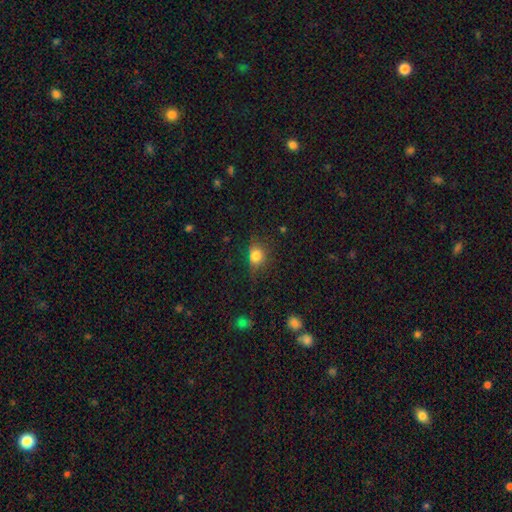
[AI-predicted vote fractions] Smooth or featured? smooth (79%)
How rounded? round (61%)
Merging? none (67%)